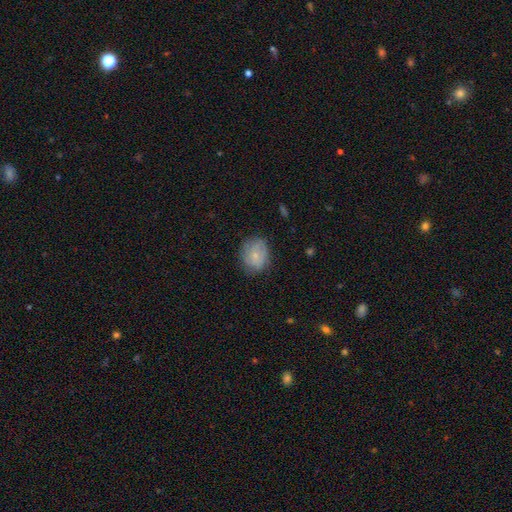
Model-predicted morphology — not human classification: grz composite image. It shows a smooth galaxy with no disk features (69%) that is round (69%). Merging: none (72%).